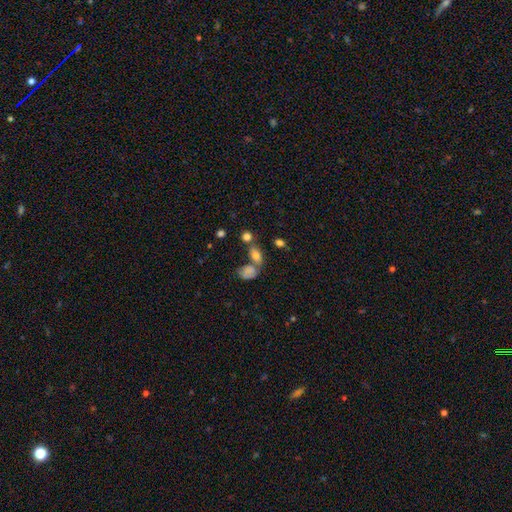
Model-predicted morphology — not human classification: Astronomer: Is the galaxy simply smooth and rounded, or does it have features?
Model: smooth — 73%.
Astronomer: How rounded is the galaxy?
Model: in between — 79%.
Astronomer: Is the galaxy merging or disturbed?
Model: none — 44% (runner-up: merger, 34%).